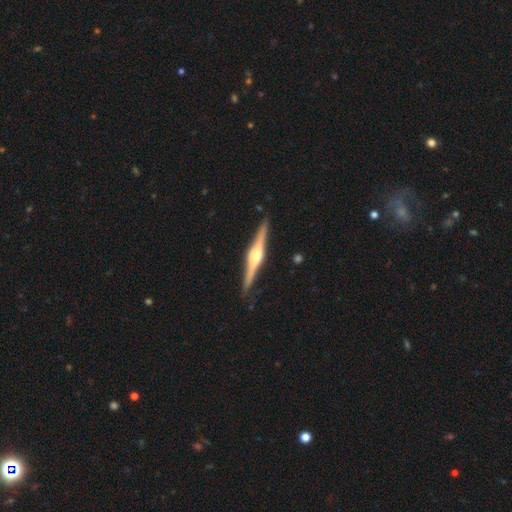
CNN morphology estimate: featured or disk 83%, smooth 12%, star or artifact 5%. Down the decision tree: edge-on disk — yes (98%); edge-on bulge — rounded (89%); merging — none (90%).